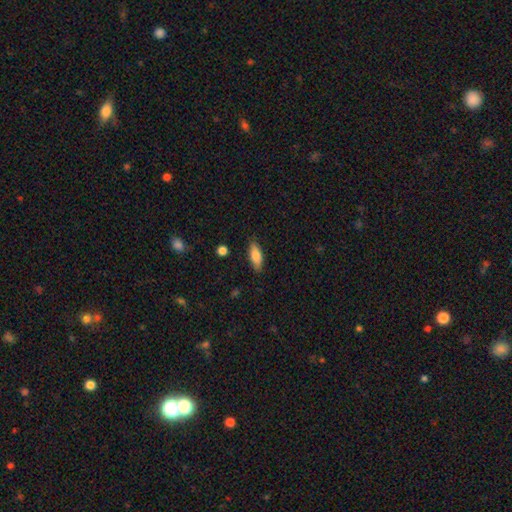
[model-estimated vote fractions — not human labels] Morphology: type=smooth (80%); roundness=in between (69%); merging=none (86%).